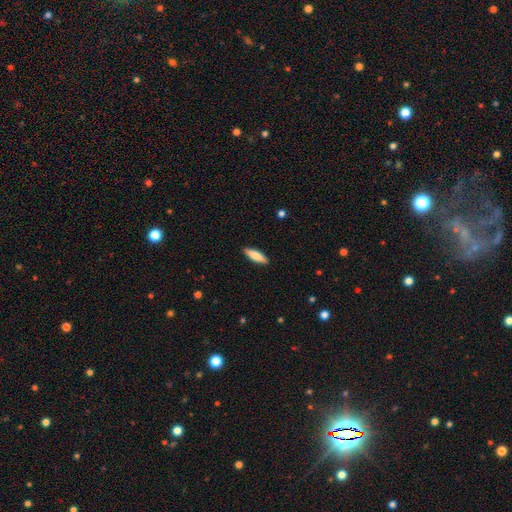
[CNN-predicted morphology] This is clearly a smooth galaxy (80%). How rounded: possibly cigar-shaped (59%). Merging: clearly none (89%).